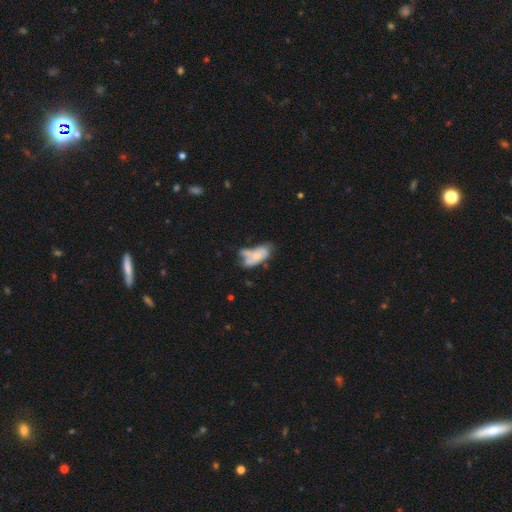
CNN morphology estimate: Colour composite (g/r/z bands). It shows a smooth galaxy with no disk features (56%) that is in between round and cigar-shaped (86%). Merging: merger (34%).